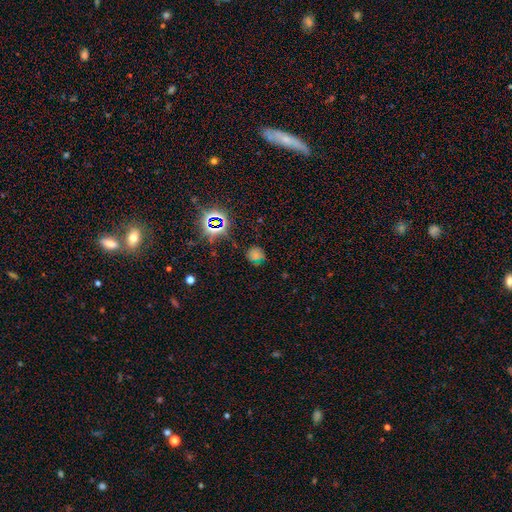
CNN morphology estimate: smooth-or-featured: smooth: 54% | star or artifact: 38% | featured or disk: 8%
  how-rounded: round: 81% | in between: 17% | cigar-shaped: 1%
  merging: none: 71% | minor disturbance: 18% | major disturbance: 7% | merger: 3%